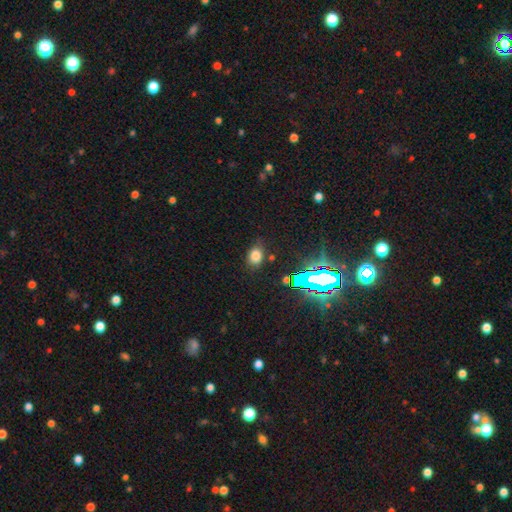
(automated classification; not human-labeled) This appears to be a smooth galaxy with no disk features (72%) that is in between round and cigar-shaped (71%). Merging: none (77%).